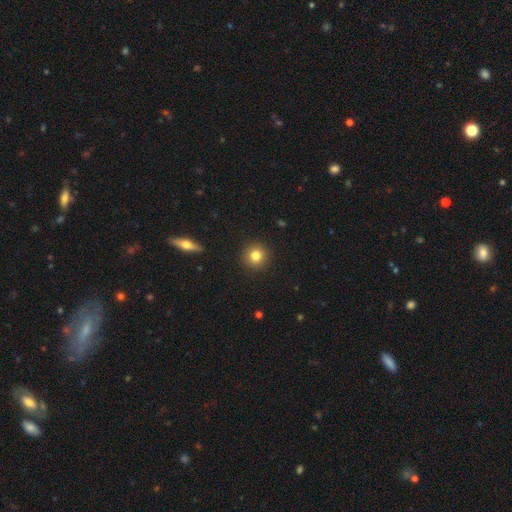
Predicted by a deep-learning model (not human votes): smooth_or_featured: smooth (p=0.81) [alt: star or artifact p=0.11]
how_rounded: round (p=0.94) [alt: in between p=0.05]
merging: none (p=0.92) [alt: minor disturbance p=0.05]